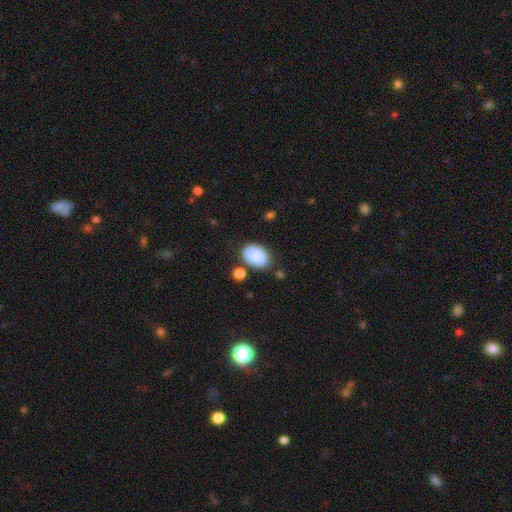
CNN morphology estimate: This appears to be a smooth galaxy with no disk features (78%) that is in between round and cigar-shaped (80%). Merging: none (53%).